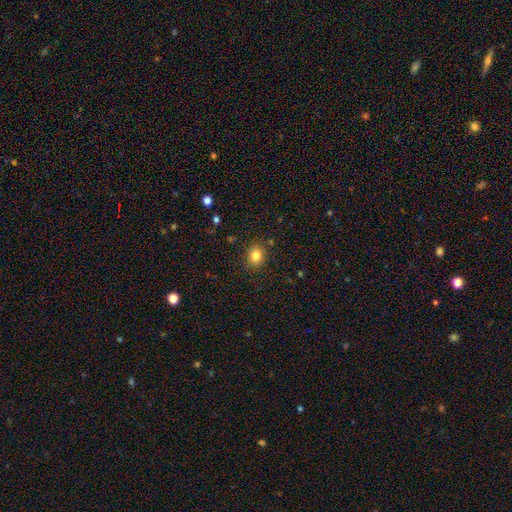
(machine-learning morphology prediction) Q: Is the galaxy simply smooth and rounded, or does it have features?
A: smooth — 83%.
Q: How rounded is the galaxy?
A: round — 59%.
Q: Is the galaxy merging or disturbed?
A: none — 85%.